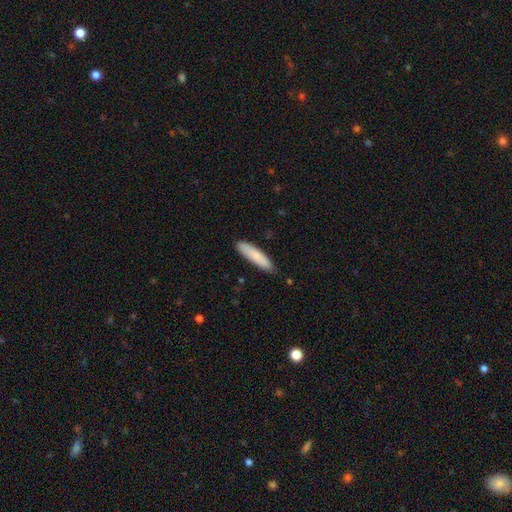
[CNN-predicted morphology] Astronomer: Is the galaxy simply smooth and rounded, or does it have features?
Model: smooth — 84%.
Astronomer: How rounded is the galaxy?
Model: cigar-shaped — 76%.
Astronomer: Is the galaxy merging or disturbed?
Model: none — 86%.